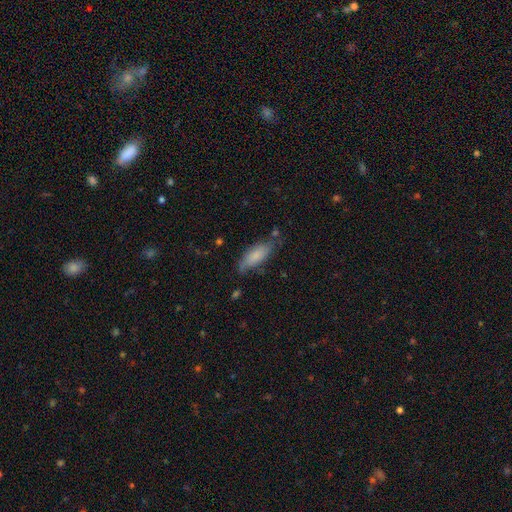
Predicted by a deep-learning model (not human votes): Overall: smooth (76%). How rounded: in between (78%). Merging: none (61%; minor disturbance 28%).